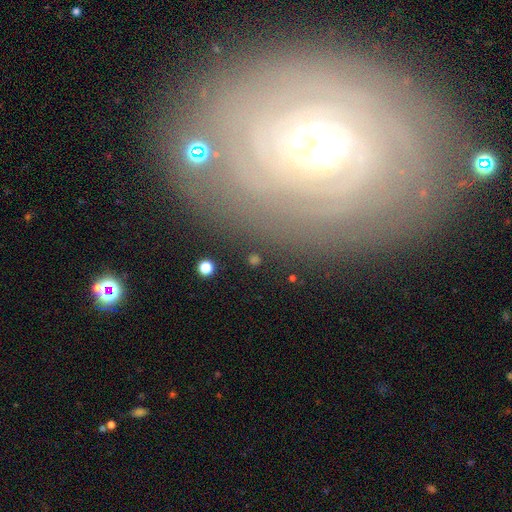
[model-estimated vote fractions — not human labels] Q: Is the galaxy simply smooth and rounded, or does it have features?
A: featured or disk — 59%.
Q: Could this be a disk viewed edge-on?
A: no — 88%.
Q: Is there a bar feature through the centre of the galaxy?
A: no — 65%.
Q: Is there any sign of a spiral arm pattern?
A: yes — 68%.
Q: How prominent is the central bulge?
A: moderate — 55%.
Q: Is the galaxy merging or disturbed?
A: none — 77%.